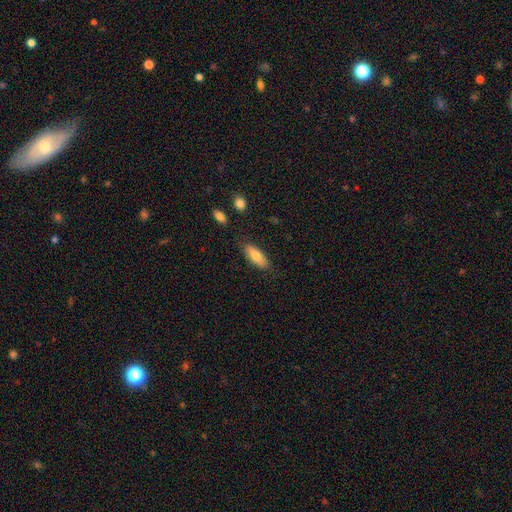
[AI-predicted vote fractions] A smooth galaxy with no disk features (76%) that is in between round and cigar-shaped (72%). Merging: none (81%).